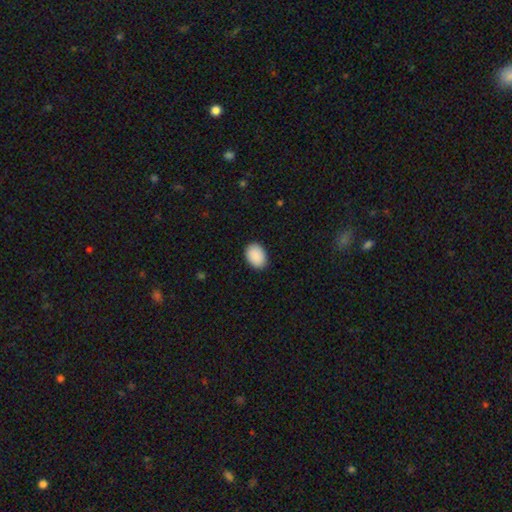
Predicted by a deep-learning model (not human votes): Morphology: type=smooth (91%); roundness=in between (79%); merging=none (89%).